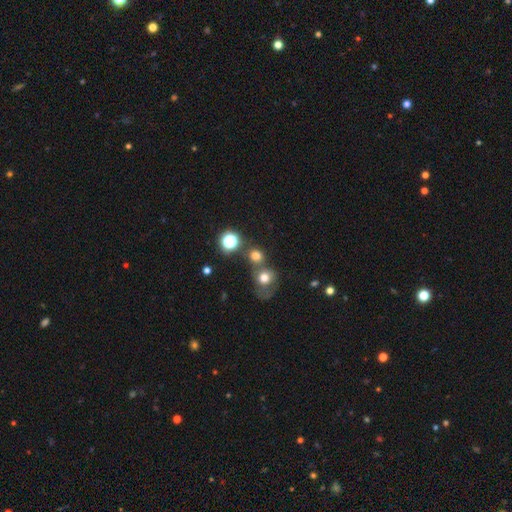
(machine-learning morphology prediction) Smooth or featured? Predicted: smooth (p=0.72). How rounded? Predicted: round (p=0.83). Merging? Predicted: none (p=0.52).